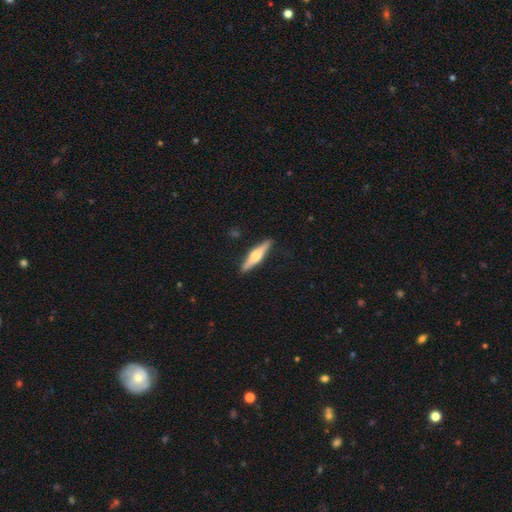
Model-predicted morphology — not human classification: A featured or disk galaxy (62%) viewed edge-on (97%) with a rounded central bulge (92%). Merging: none (91%).